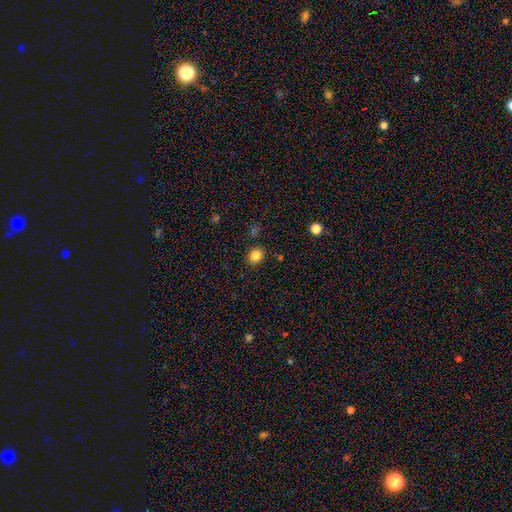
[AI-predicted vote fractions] This is clearly a smooth galaxy (84%). How rounded: possibly round (56%). Merging: clearly none (87%).